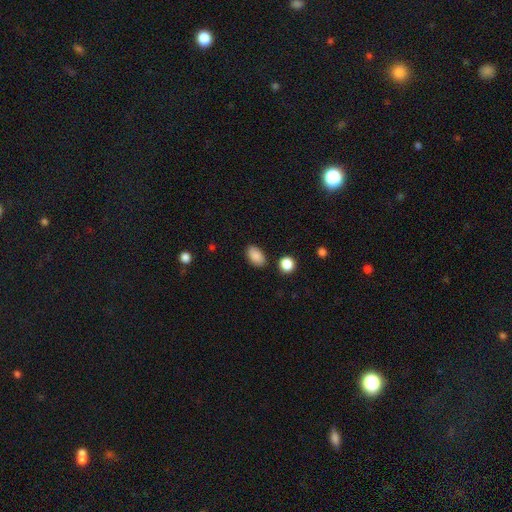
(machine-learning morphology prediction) The model was most divided on "merging": none: 84%, minor disturbance: 10%, major disturbance: 3%, merger: 3%. More confident: how rounded — in between (91%); smooth or featured — smooth (87%).